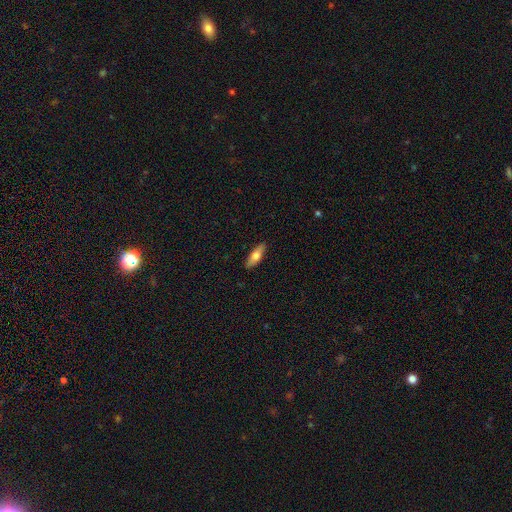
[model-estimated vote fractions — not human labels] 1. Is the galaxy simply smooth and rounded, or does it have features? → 65% smooth, 29% featured or disk, 6% star or artifact.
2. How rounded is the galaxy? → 58% in between, 40% cigar-shaped, 3% round.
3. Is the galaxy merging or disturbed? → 89% none, 8% minor disturbance, 2% major disturbance, 1% merger.